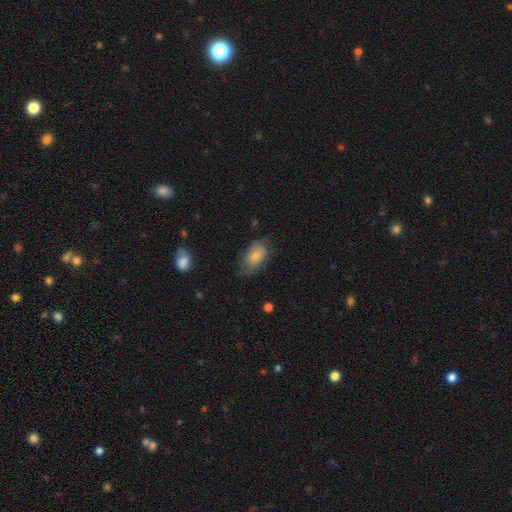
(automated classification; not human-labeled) The model was most divided on "merging": none: 51%, minor disturbance: 32%, major disturbance: 15%, merger: 2%. More confident: how rounded — in between (89%); smooth or featured — smooth (67%).